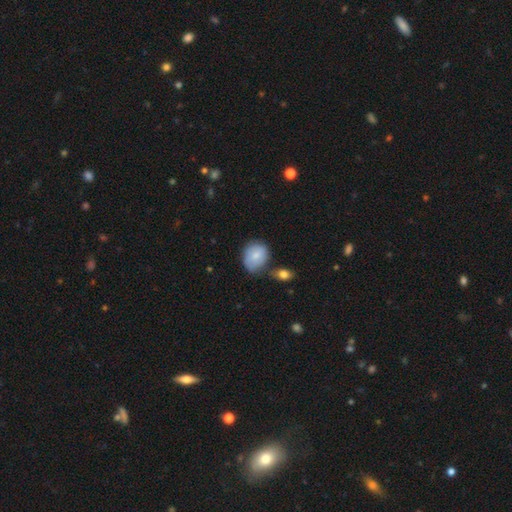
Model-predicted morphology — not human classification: Smooth or featured?
  - smooth: 79% *
  - featured or disk: 15%
  - star or artifact: 7%
How rounded?
  - round: 54% *
  - in between: 45%
  - cigar-shaped: 1%
Merging?
  - none: 54% *
  - minor disturbance: 27%
  - merger: 12%
  - major disturbance: 7%